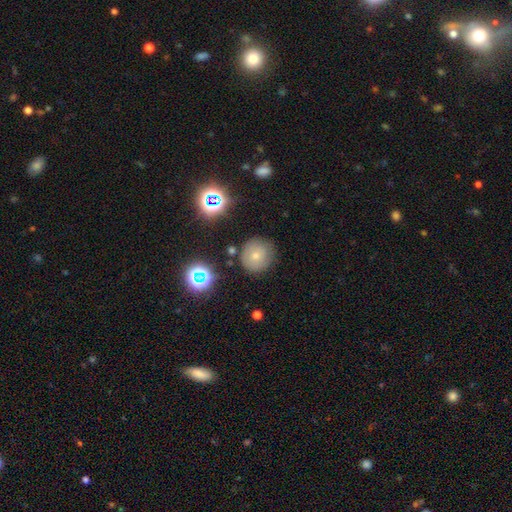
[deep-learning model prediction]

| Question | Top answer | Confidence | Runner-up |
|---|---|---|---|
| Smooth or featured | smooth | 68% | star or artifact (16%) |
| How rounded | round | 91% | in between (8%) |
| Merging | none | 80% | minor disturbance (13%) |